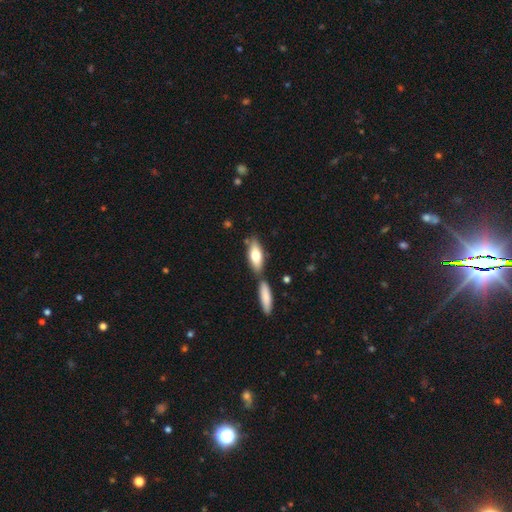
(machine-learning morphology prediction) smooth 71%, featured or disk 23%, star or artifact 6%. Down the decision tree: how rounded — in between (67%); merging — none (62%).